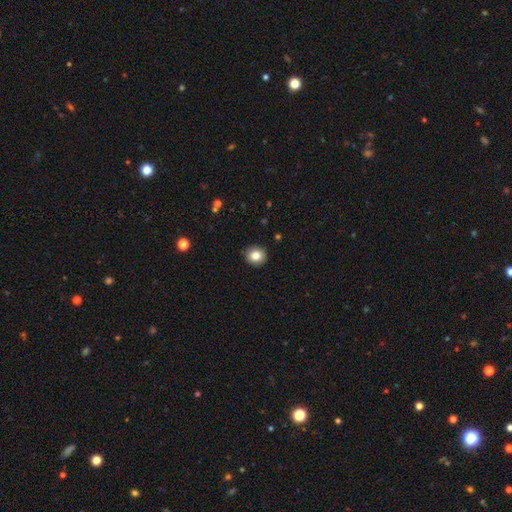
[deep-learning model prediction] Smooth or featured? smooth (83%)
How rounded? round (87%)
Merging? none (90%)